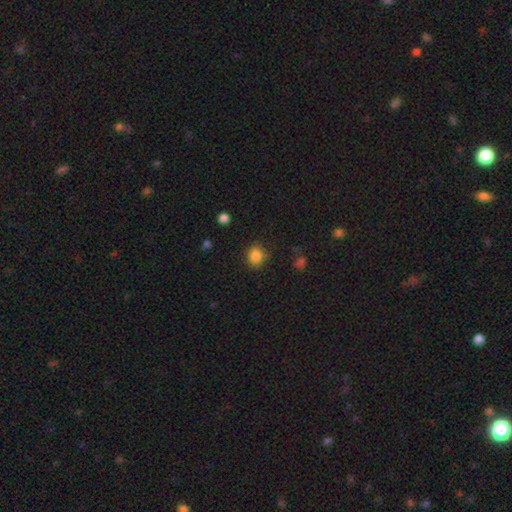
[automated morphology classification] Smooth or featured: smooth — 85% (star or artifact — 11%)
How rounded: round — 76% (in between — 23%)
Merging: none — 84% (minor disturbance — 11%)